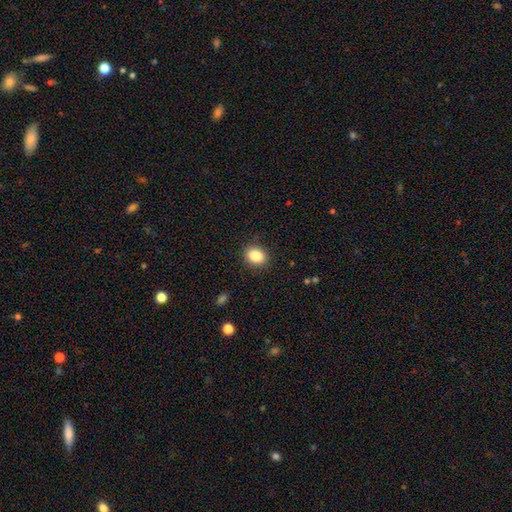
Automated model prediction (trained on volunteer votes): Q: Smooth or featured?
A: smooth (87%); runner-up: star or artifact (9%)
Q: How rounded?
A: in between (55%); runner-up: round (44%)
Q: Merging?
A: none (87%); runner-up: minor disturbance (9%)